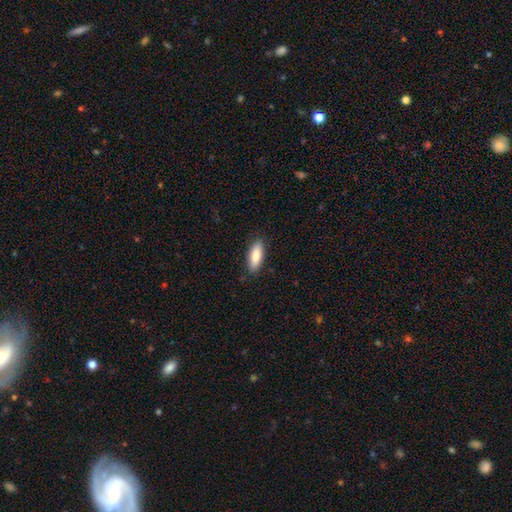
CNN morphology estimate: Q: Smooth or featured?
A: smooth (82%); runner-up: featured or disk (12%)
Q: How rounded?
A: in between (68%); runner-up: cigar-shaped (30%)
Q: Merging?
A: none (86%); runner-up: minor disturbance (11%)